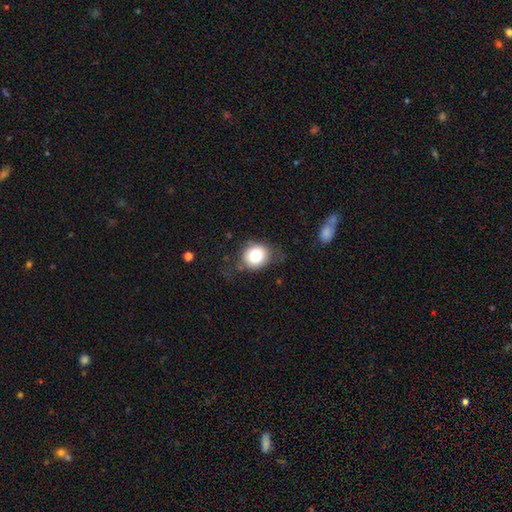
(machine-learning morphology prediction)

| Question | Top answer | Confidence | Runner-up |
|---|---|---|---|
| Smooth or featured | smooth | 80% | featured or disk (12%) |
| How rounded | round | 74% | in between (25%) |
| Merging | none | 68% | minor disturbance (21%) |